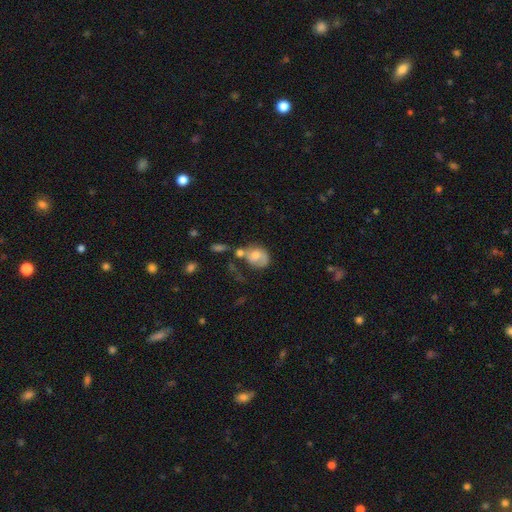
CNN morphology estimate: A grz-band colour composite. It shows a smooth galaxy with no disk features (62%) that is round (50%). Merging: none (32%).